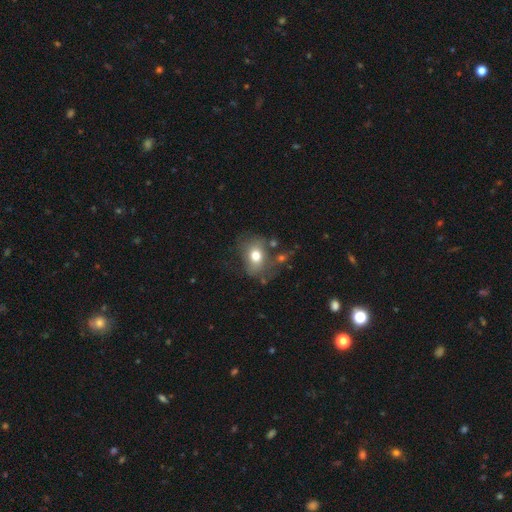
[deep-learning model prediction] Q: Smooth or featured?
A: smooth (69%); runner-up: featured or disk (21%)
Q: How rounded?
A: in between (58%); runner-up: round (40%)
Q: Merging?
A: none (53%); runner-up: minor disturbance (24%)